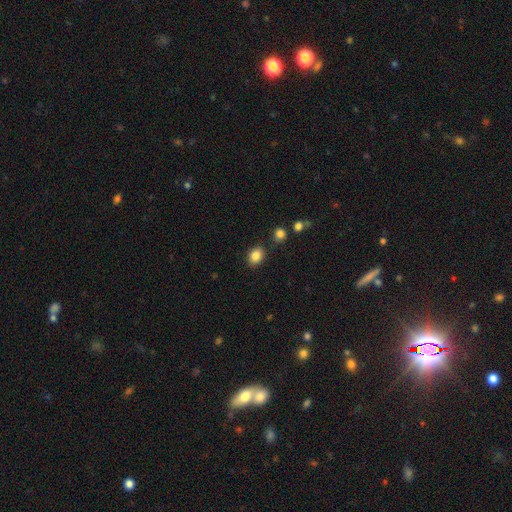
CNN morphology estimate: smooth 85%, star or artifact 9%, featured or disk 5%. Down the decision tree: how rounded — in between (58%); merging — none (81%).